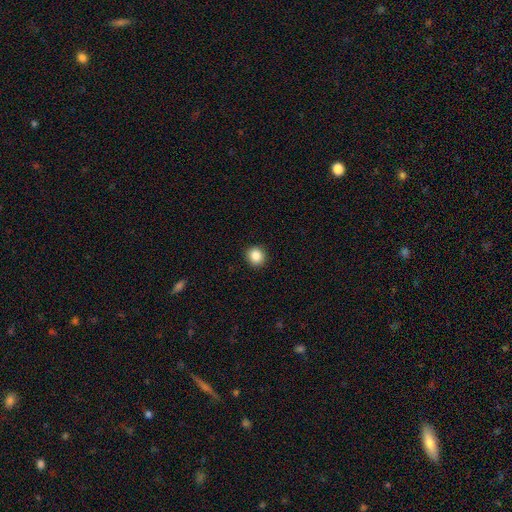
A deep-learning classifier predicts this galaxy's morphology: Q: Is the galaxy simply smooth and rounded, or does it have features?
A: smooth — 87%.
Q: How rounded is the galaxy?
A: round — 88%.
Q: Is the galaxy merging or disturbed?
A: none — 92%.